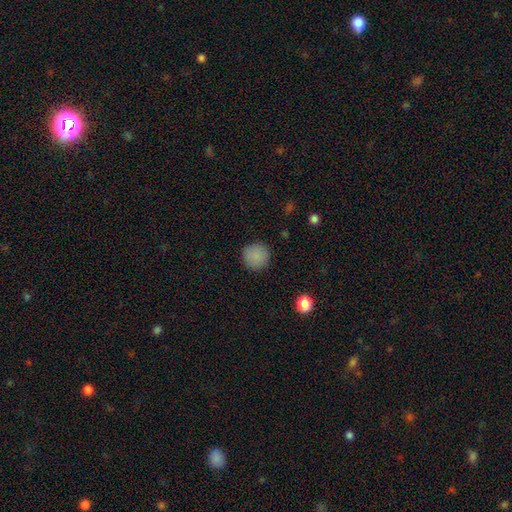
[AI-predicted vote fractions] Morphology: type=smooth (87%); roundness=round (95%); merging=none (90%).